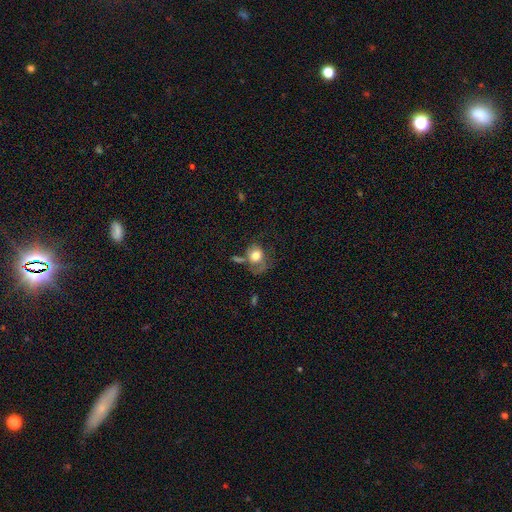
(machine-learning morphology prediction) Smooth or featured? Predicted: smooth (p=0.72). How rounded? Predicted: round (p=0.59). Merging? Predicted: none (p=0.32).